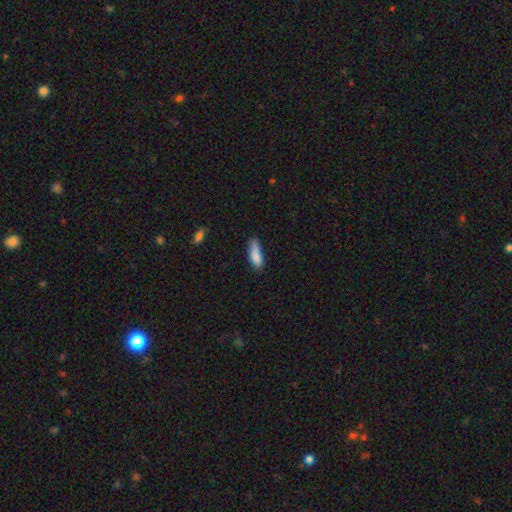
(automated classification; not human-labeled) Smooth or featured? smooth (85%)
How rounded? in between (54%)
Merging? none (54%)